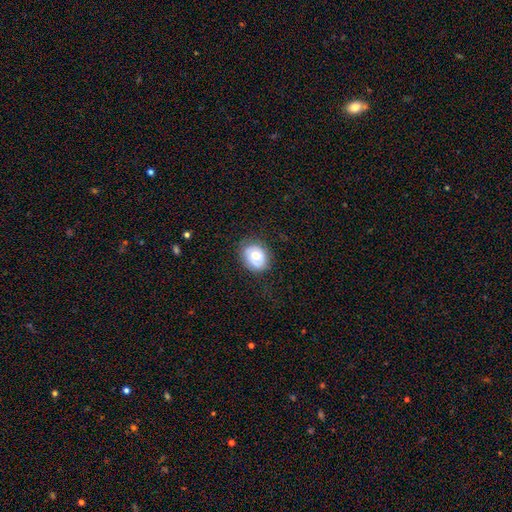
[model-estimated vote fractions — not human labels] Overall: smooth (63%; featured or disk 29%). How rounded: round (55%; in between 44%). Merging: none (77%).